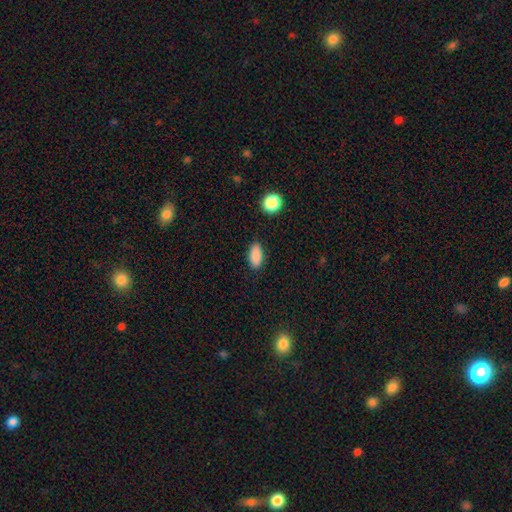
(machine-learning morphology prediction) A smooth galaxy with no disk features (88%) that is in between round and cigar-shaped (86%). Merging: none (86%).